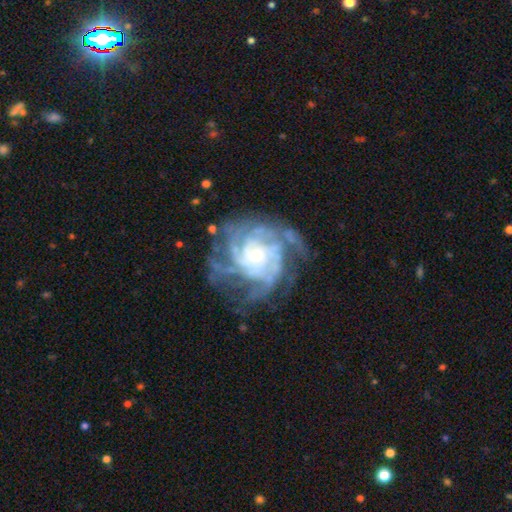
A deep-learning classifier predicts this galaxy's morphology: smooth-or-featured: featured or disk: 88% | star or artifact: 7% | smooth: 5%
  disk-edge-on: no: 98% | yes: 2%
    bar: no: 71% | weak: 24% | strong: 6%
    has-spiral-arms: yes: 96% | no: 4%
      spiral-winding: tight: 62% | medium: 31% | loose: 7%
      spiral-arm-count: 4: 26% | can't tell: 25% | more than 4: 19% | 3: 15% | 2: 9% | 1: 6%
    bulge-size: small: 60% | moderate: 33% | large: 4% | none: 2% | dominant: 1%
  merging: none: 67% | minor disturbance: 18% | major disturbance: 13% | merger: 2%